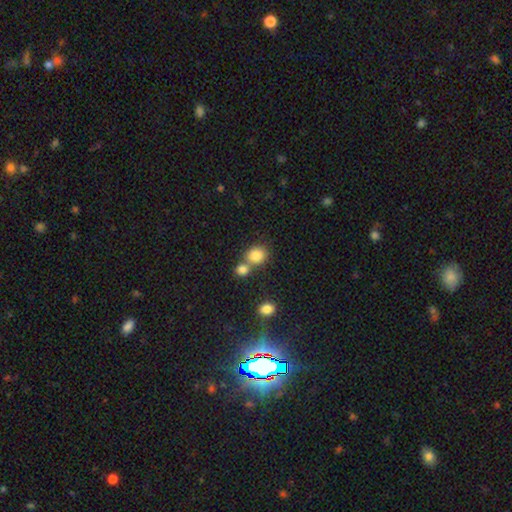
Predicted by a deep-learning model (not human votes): Morphology: type=smooth (83%); roundness=round (77%); merging=none (48%).